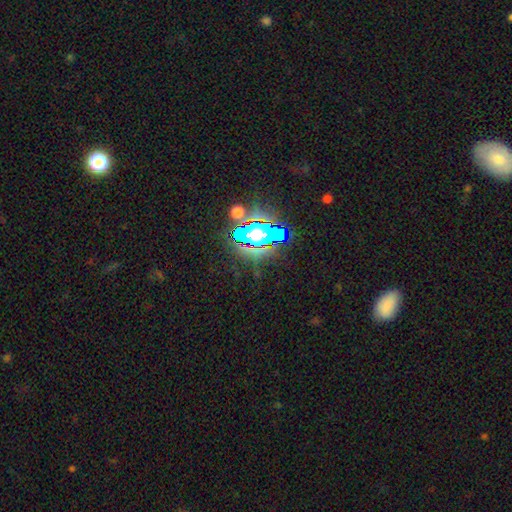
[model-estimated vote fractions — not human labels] The model was most divided on "smooth or featured": star or artifact: 62%, smooth: 24%, featured or disk: 15%.